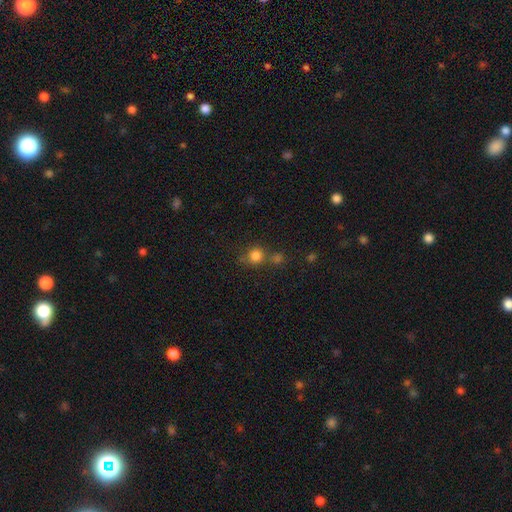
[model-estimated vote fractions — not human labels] This is clearly a smooth galaxy (81%). How rounded: clearly round (89%). Merging: likely none (62%).